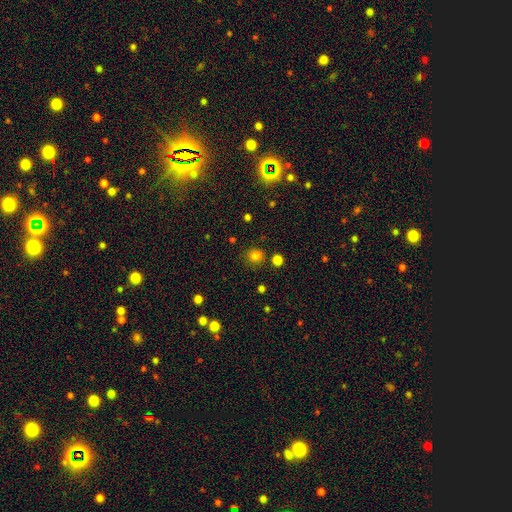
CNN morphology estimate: A smooth galaxy with no disk features (76%) that is round (75%).

Vote fractions:
- Smooth or featured? smooth: 76% / star or artifact: 20% / featured or disk: 5%
- How rounded? round: 75% / in between: 24% / cigar-shaped: 1%
- Merging? none: 76% / minor disturbance: 14% / merger: 6% / major disturbance: 5%